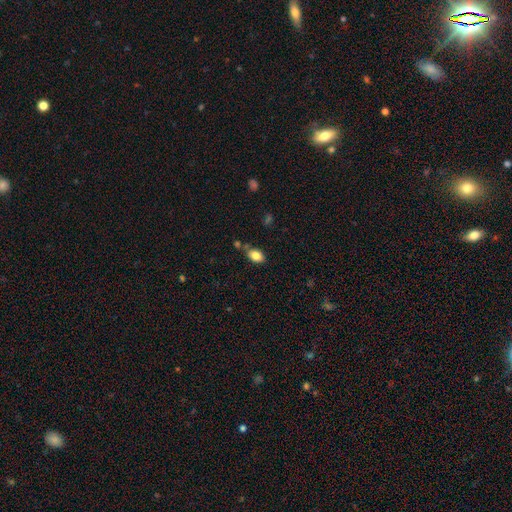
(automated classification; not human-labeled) Overall: smooth (84%). How rounded: in between (86%). Merging: none (70%).